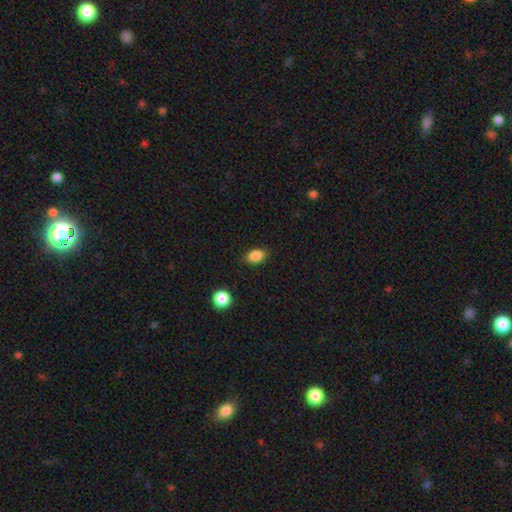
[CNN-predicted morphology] Smooth or featured: smooth — 87% (star or artifact — 9%)
How rounded: in between — 82% (round — 16%)
Merging: none — 86% (minor disturbance — 10%)